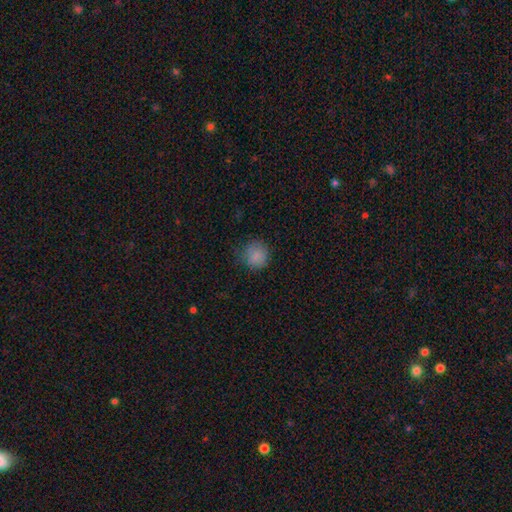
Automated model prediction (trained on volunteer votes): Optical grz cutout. It shows a smooth galaxy with no disk features (83%) that is round (89%). Merging: none (75%).